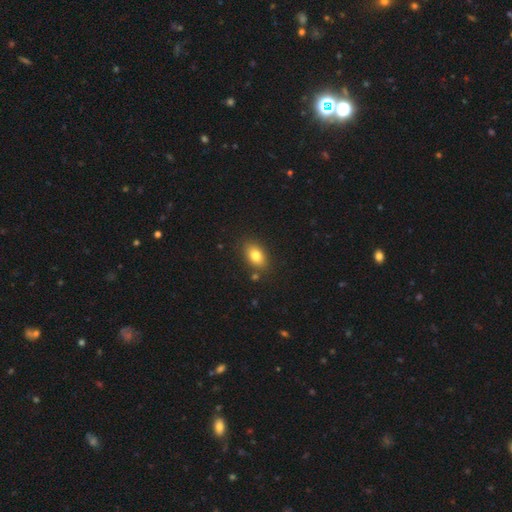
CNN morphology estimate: Smooth or featured?
  - smooth: 80% *
  - featured or disk: 10%
  - star or artifact: 9%
How rounded?
  - in between: 84% *
  - round: 14%
  - cigar-shaped: 2%
Merging?
  - none: 83% *
  - minor disturbance: 11%
  - merger: 4%
  - major disturbance: 3%